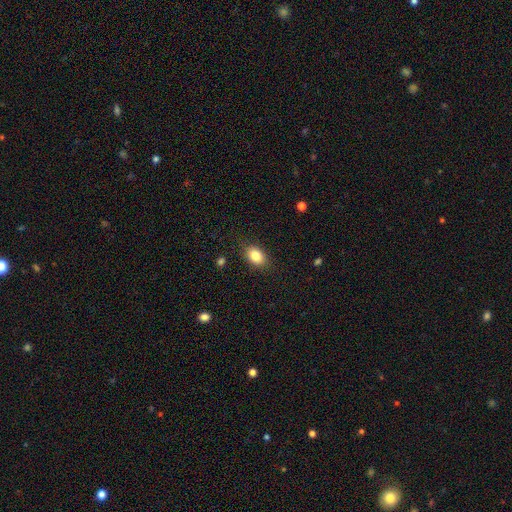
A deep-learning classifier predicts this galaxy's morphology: Smooth or featured? Predicted: smooth (p=0.84). How rounded? Predicted: in between (p=0.80). Merging? Predicted: none (p=0.86).